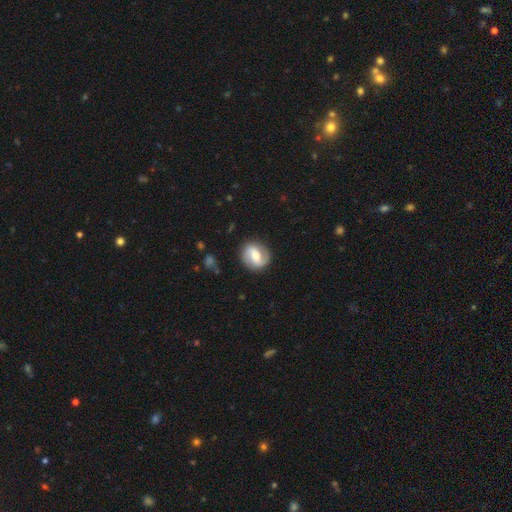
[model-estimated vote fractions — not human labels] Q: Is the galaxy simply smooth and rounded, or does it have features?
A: featured or disk — 69%.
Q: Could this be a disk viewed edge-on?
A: no — 97%.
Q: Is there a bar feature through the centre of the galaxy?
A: weak — 42%.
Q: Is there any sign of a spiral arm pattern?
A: yes — 86%.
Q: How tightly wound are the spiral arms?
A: medium — 41%.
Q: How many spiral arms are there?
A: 2 — 89%.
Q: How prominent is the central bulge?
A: moderate — 64%.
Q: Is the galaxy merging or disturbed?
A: none — 85%.